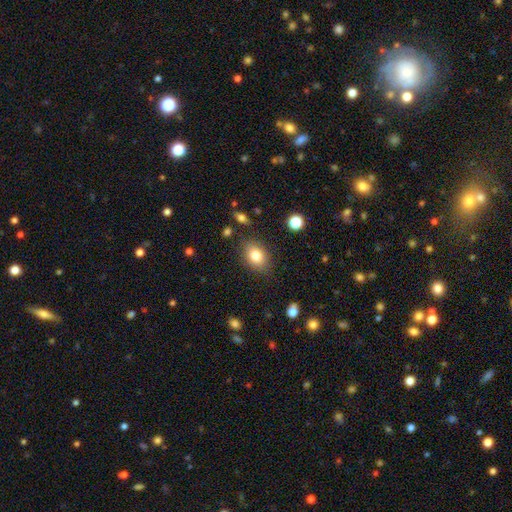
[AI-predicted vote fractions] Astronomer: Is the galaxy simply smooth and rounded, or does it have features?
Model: smooth — 81%.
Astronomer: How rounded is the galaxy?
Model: in between — 74%.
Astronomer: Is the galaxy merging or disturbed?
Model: none — 82%.